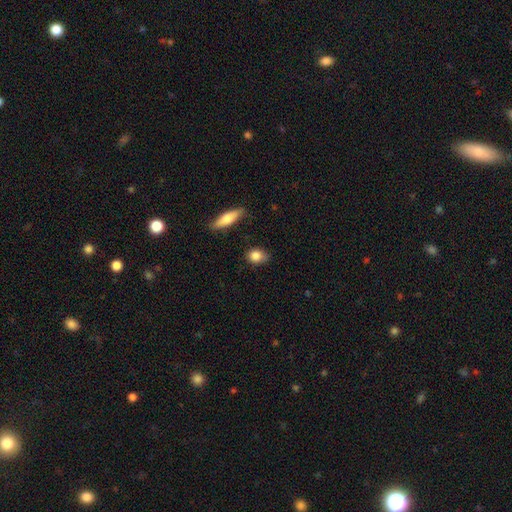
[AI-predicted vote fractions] The model was most divided on "how rounded": in between: 56%, round: 40%, cigar-shaped: 4%. More confident: smooth or featured — smooth (84%); merging — none (73%).